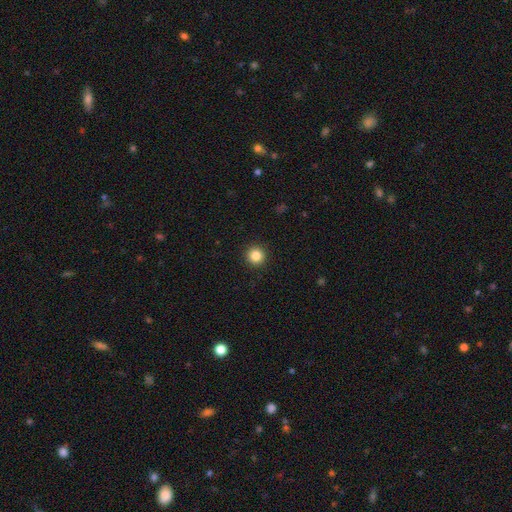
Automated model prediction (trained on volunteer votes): Morphology: type=smooth (85%); roundness=round (96%); merging=none (93%).